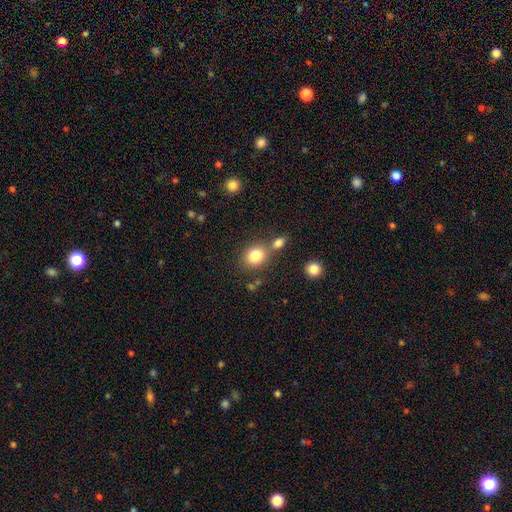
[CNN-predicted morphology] type=smooth (82%); roundness=round (63%); merging=none (64%).